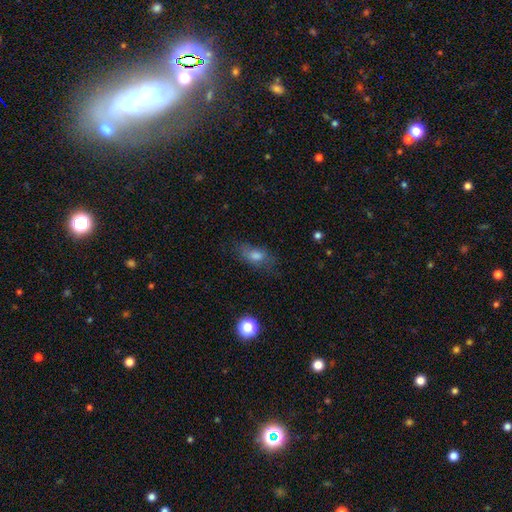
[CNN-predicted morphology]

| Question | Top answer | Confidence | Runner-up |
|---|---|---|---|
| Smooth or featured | smooth | 65% | featured or disk (21%) |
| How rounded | in between | 78% | cigar-shaped (12%) |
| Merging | none | 67% | minor disturbance (22%) |